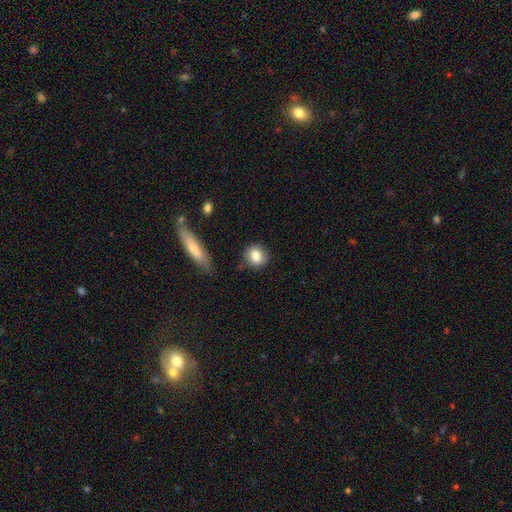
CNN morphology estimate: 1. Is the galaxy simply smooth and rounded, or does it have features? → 82% smooth, 10% featured or disk, 8% star or artifact.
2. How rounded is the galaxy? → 78% round, 20% in between, 2% cigar-shaped.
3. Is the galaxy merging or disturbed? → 83% none, 11% minor disturbance, 3% major disturbance, 3% merger.